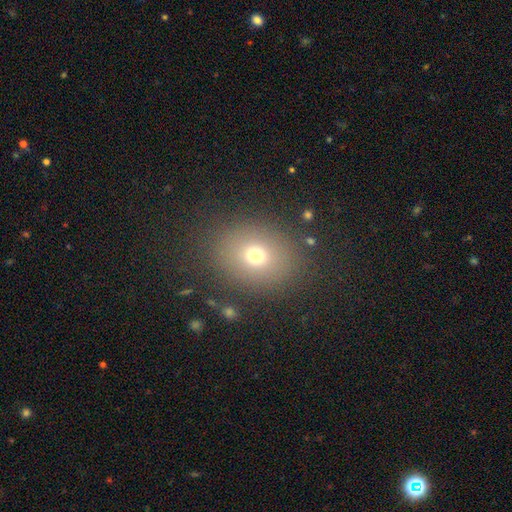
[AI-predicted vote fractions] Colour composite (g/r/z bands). It shows a smooth galaxy with no disk features (70%) that is round (60%). Merging: none (82%).